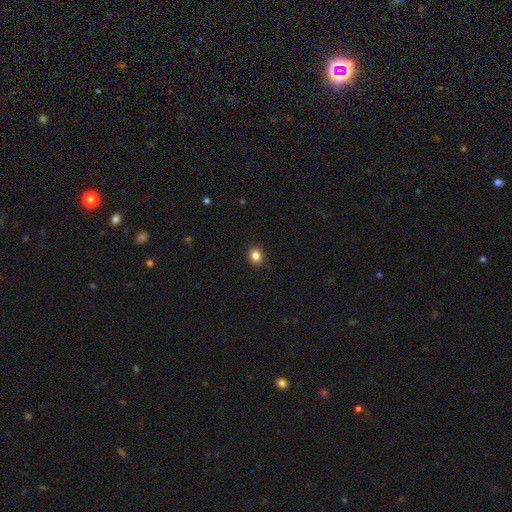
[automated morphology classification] A smooth galaxy with no disk features (85%) that is round (80%). Merging: none (90%).